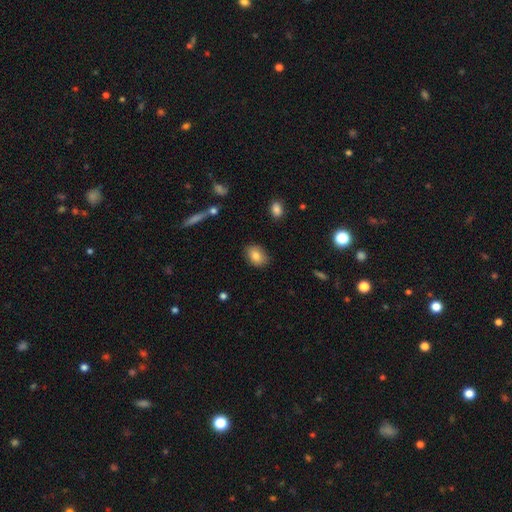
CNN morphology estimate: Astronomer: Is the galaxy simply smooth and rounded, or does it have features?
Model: smooth — 83%.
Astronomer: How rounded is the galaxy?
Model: in between — 74%.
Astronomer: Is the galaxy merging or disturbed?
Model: none — 83%.